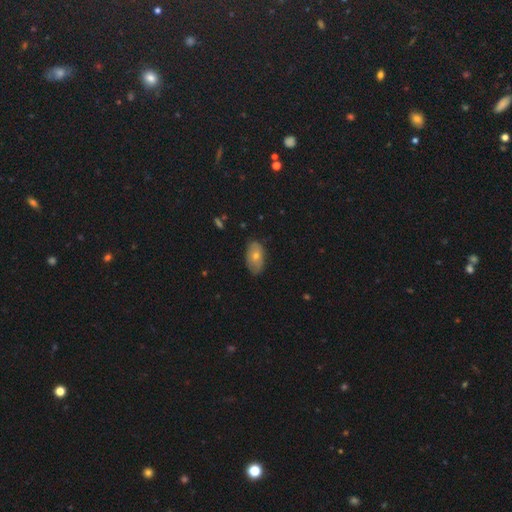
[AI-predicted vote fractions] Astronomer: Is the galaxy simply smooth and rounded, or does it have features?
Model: smooth — 57%.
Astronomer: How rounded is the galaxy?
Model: in between — 90%.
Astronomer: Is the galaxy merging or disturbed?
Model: none — 79%.